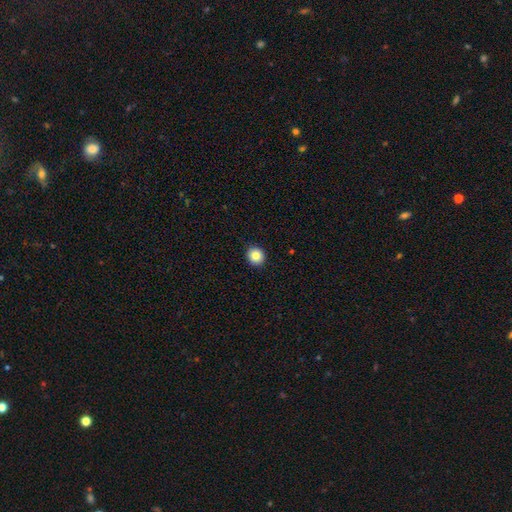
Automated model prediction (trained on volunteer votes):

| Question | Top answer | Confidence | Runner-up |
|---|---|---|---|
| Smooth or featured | smooth | 85% | star or artifact (10%) |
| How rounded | round | 89% | in between (11%) |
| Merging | none | 92% | minor disturbance (6%) |